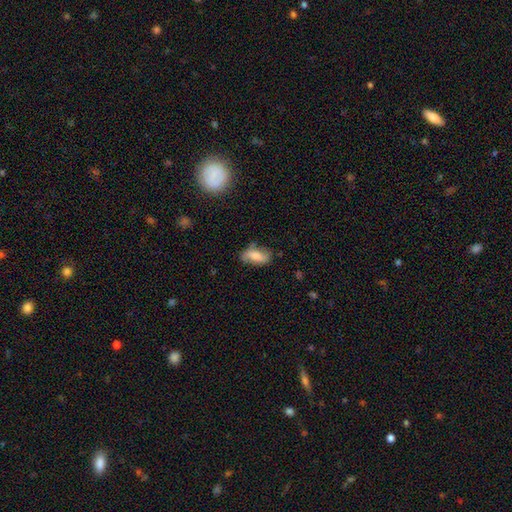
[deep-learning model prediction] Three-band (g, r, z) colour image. It shows a smooth galaxy with no disk features (60%) that is in between round and cigar-shaped (86%). Merging: none (64%).